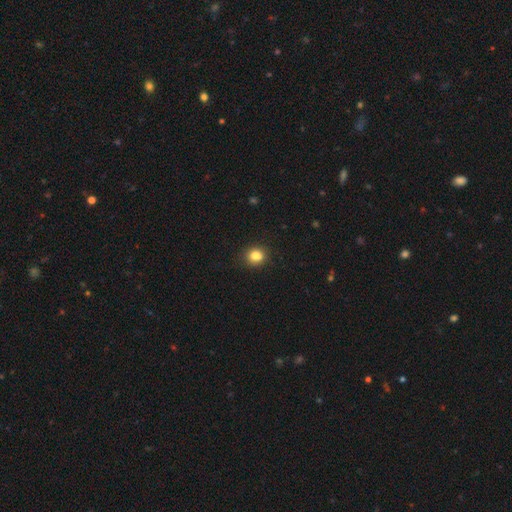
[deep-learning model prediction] Morphology: type=smooth (84%); roundness=round (68%); merging=none (84%).